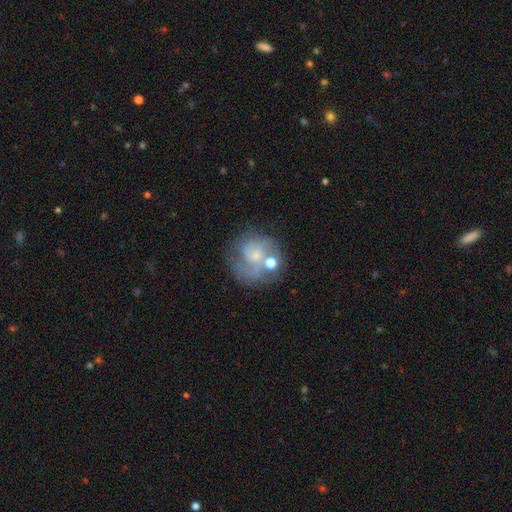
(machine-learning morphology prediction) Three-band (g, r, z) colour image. It shows a featured or disk galaxy (63%) with no bar (70%), spiral arms (81%) and a small central bulge (63%). Merging: none (49%).